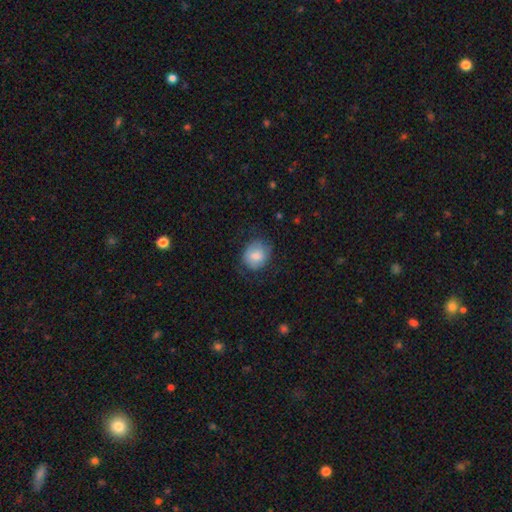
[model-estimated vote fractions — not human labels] smooth 77%, featured or disk 15%, star or artifact 8%. Down the decision tree: how rounded — round (69%); merging — none (68%).